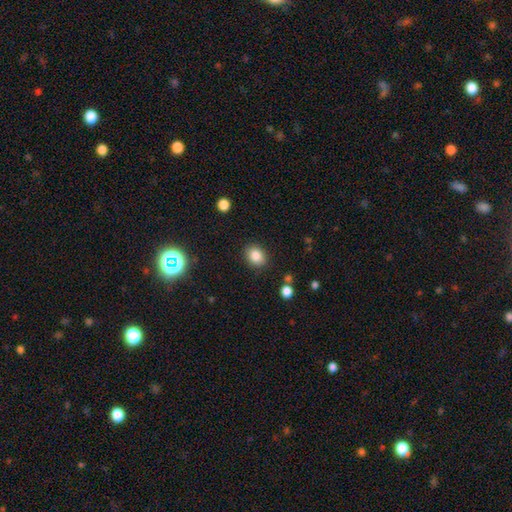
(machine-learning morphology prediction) Overall: smooth (84%). How rounded: in between (52%; round 47%). Merging: none (86%).